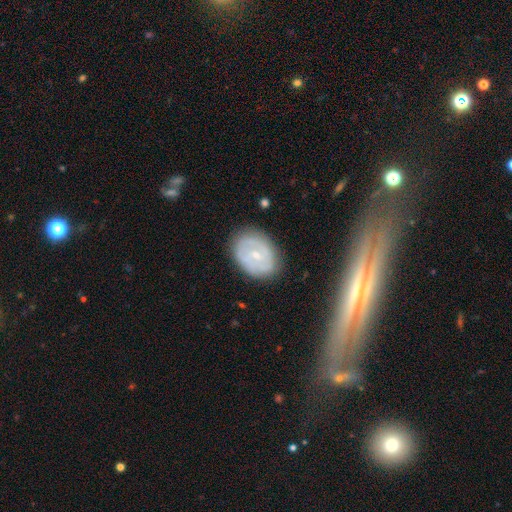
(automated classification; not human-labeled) A featured or disk galaxy (64%) with no bar (49%), spiral arms (64%) and a small central bulge (66%).

Vote fractions:
- Smooth or featured? featured or disk: 64% / smooth: 30% / star or artifact: 6%
- Edge-on disk? no: 96% / yes: 4%
- Bar? no: 49% / weak: 39% / strong: 11%
- Spiral arms? yes: 64% / no: 36%
- Bulge size? small: 66% / moderate: 30% / none: 2% / large: 1% / dominant: 1%
- Merging? none: 78% / minor disturbance: 16% / major disturbance: 5% / merger: 2%